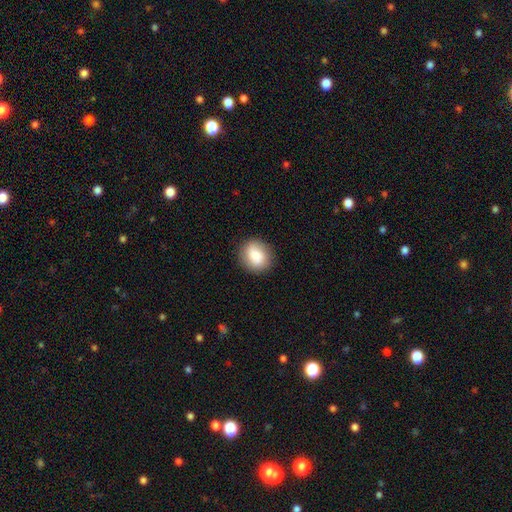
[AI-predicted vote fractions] Smooth or featured: smooth — 82% (featured or disk — 11%)
How rounded: round — 65% (in between — 33%)
Merging: none — 86% (minor disturbance — 10%)